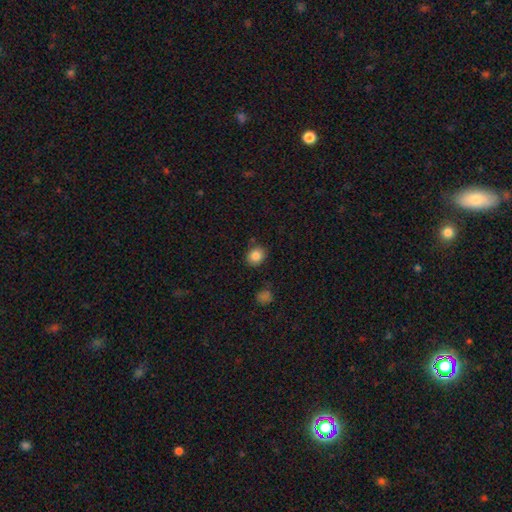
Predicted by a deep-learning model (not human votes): smooth 85%, star or artifact 10%, featured or disk 5%. Down the decision tree: how rounded — round (65%); merging — none (82%).